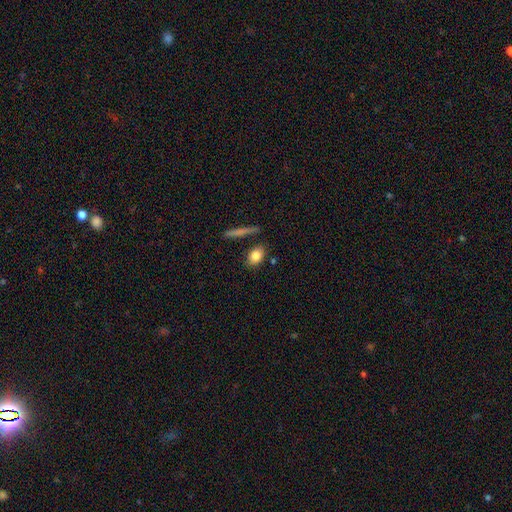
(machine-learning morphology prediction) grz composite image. It shows a smooth galaxy with no disk features (82%) that is in between round and cigar-shaped (72%). Merging: none (76%).